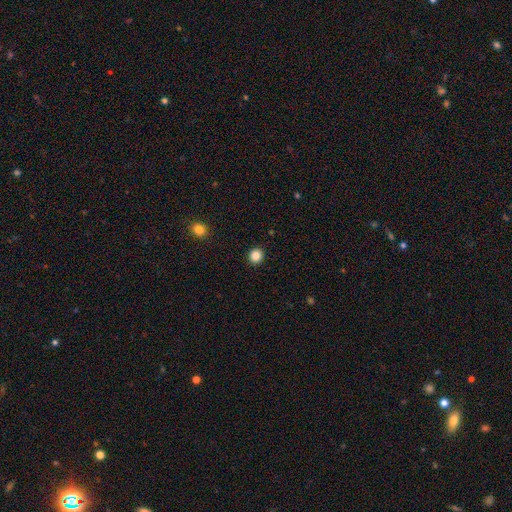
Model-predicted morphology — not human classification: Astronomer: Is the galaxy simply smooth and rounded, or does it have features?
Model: smooth — 86%.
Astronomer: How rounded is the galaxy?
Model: round — 88%.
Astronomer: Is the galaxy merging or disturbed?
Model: none — 93%.